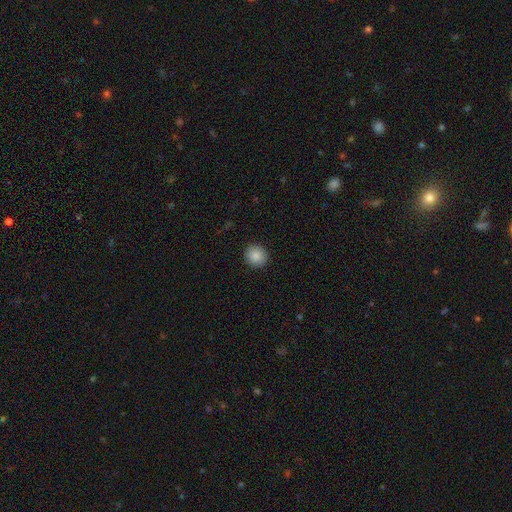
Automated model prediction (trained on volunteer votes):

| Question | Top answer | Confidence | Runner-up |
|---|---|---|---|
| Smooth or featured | smooth | 88% | star or artifact (8%) |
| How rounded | round | 90% | in between (9%) |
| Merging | none | 92% | minor disturbance (6%) |